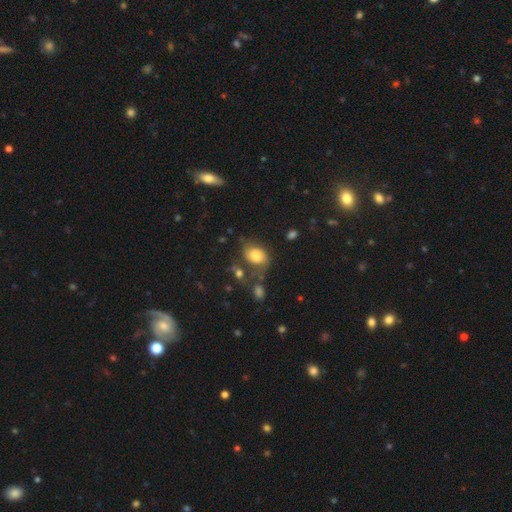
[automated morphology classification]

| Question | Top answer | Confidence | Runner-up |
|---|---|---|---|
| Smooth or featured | smooth | 65% | featured or disk (24%) |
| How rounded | in between | 70% | round (29%) |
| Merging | none | 45% | minor disturbance (24%) |